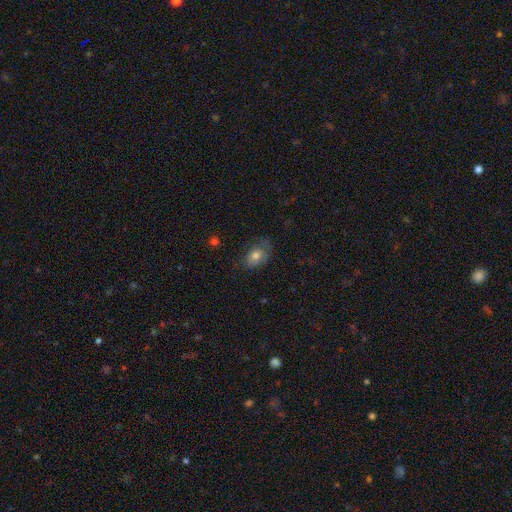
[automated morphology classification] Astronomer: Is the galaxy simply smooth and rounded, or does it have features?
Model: smooth — 76%.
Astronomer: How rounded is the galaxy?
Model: in between — 79%.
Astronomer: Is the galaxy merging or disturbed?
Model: none — 65%.